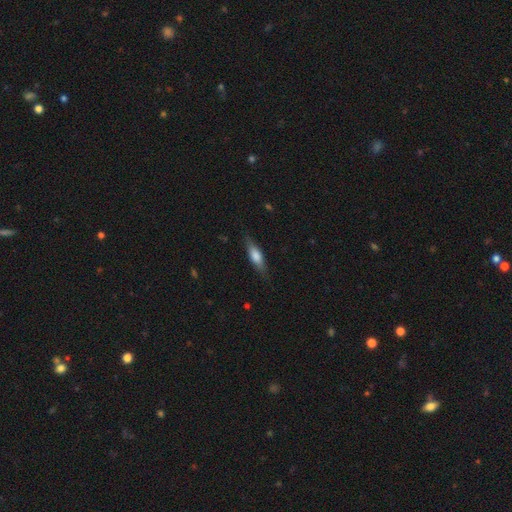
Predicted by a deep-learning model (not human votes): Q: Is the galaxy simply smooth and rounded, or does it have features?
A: smooth — 62%.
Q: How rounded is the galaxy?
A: cigar-shaped — 54%.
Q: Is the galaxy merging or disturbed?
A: none — 80%.